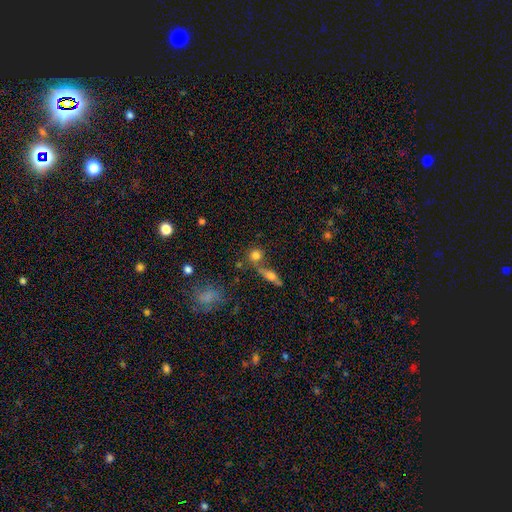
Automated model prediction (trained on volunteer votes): Morphology: type=smooth (75%); roundness=round (85%); merging=none (61%).